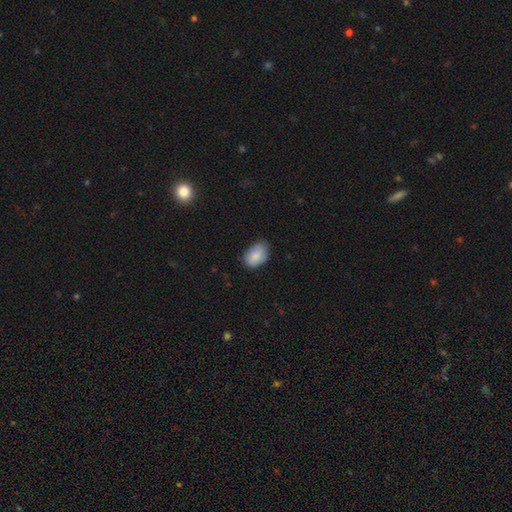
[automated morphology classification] smooth-or-featured: smooth: 86% | featured or disk: 8% | star or artifact: 7%
  how-rounded: in between: 86% | round: 12% | cigar-shaped: 1%
  merging: none: 74% | minor disturbance: 22% | major disturbance: 3% | merger: 1%